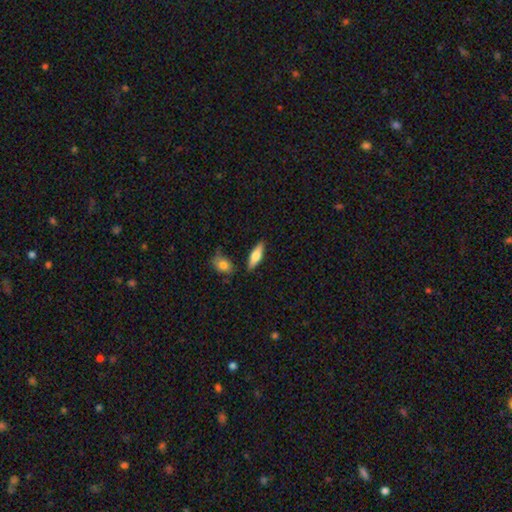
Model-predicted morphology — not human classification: Smooth or featured? smooth (65%)
How rounded? in between (51%)
Merging? none (80%)